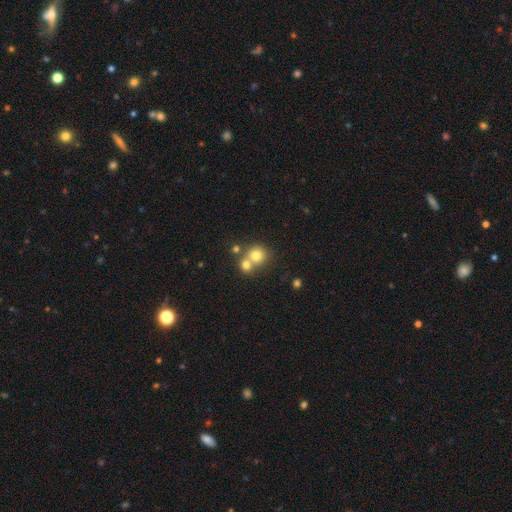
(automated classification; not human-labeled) Overall: smooth (75%). How rounded: round (86%). Merging: merger (48%; none 43%).